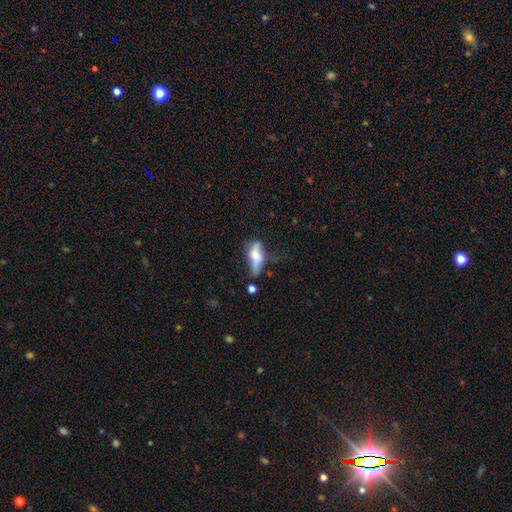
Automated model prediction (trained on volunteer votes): A smooth galaxy with no disk features (59%) that is in between round and cigar-shaped (69%). Merging: none (31%).